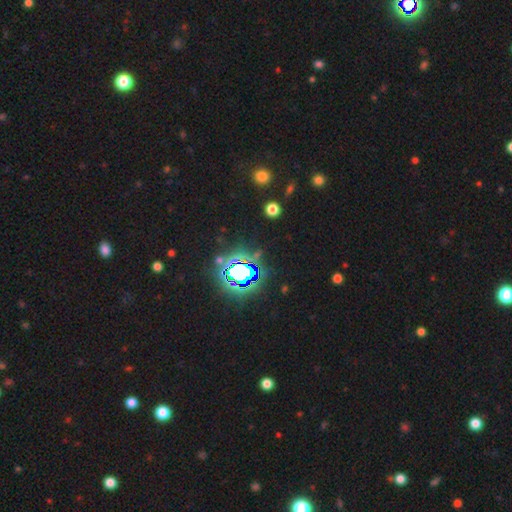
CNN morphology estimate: type=star or artifact (79%).